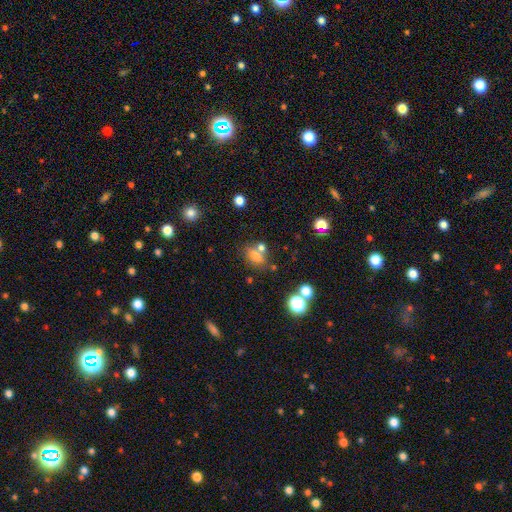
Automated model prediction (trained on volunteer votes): Smooth or featured: smooth — 71% (star or artifact — 16%)
How rounded: in between — 70% (round — 27%)
Merging: none — 54% (merger — 27%)